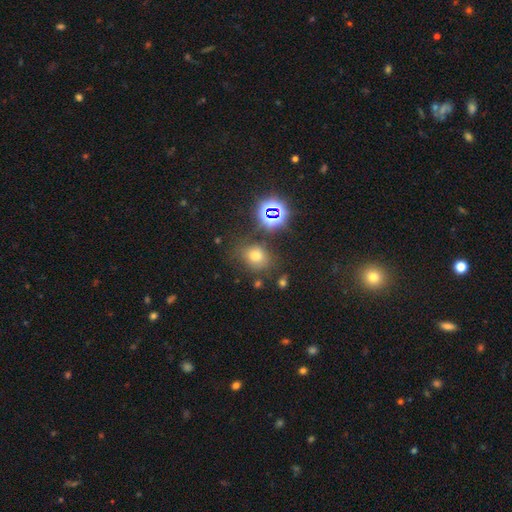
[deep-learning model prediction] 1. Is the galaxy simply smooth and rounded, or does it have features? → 65% smooth, 25% star or artifact, 10% featured or disk.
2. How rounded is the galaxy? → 52% round, 46% in between, 1% cigar-shaped.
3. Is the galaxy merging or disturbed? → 72% none, 16% minor disturbance, 6% major disturbance, 6% merger.